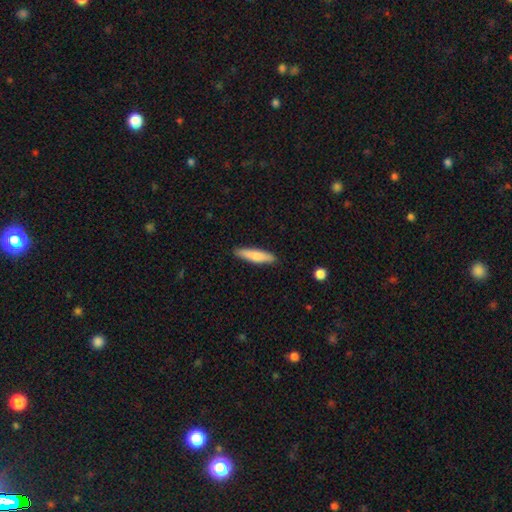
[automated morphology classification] A smooth galaxy with no disk features (77%) that is cigar-shaped (83%).

Vote fractions:
- Smooth or featured? smooth: 77% / featured or disk: 17% / star or artifact: 5%
- How rounded? cigar-shaped: 83% / in between: 15% / round: 1%
- Merging? none: 89% / minor disturbance: 9% / major disturbance: 2% / merger: 1%